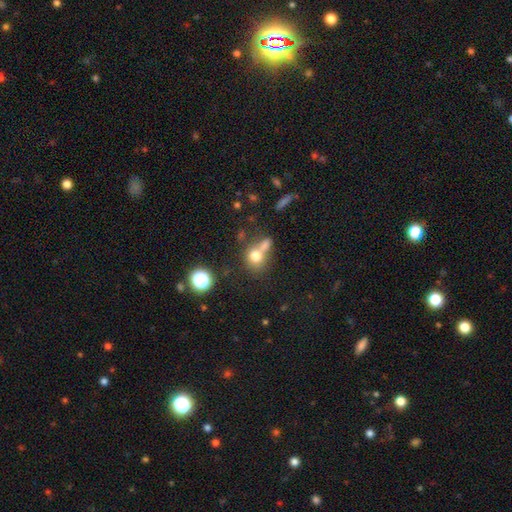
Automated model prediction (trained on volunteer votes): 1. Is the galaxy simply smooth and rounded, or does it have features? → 73% smooth, 14% star or artifact, 13% featured or disk.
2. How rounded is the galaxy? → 73% round, 26% in between, 2% cigar-shaped.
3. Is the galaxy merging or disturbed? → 43% merger, 38% none, 11% minor disturbance, 7% major disturbance.